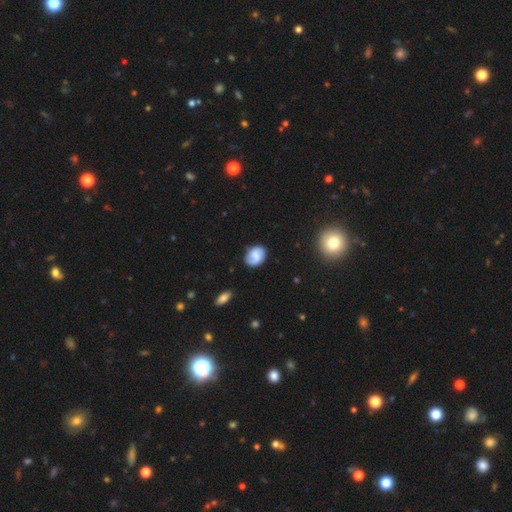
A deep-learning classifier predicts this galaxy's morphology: Q: Smooth or featured?
A: smooth (49%); runner-up: featured or disk (43%)
Q: Merging?
A: none (76%); runner-up: minor disturbance (18%)